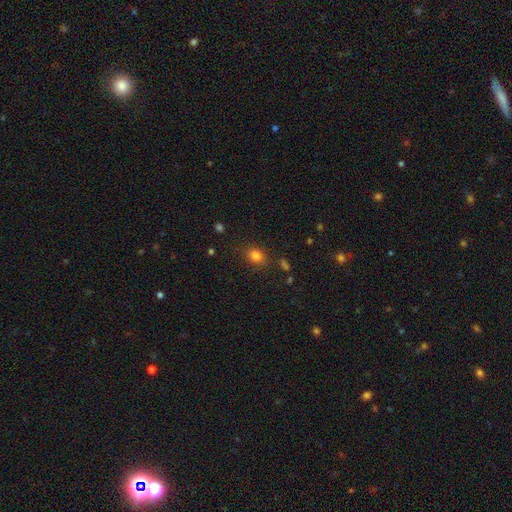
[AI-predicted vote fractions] A smooth galaxy with no disk features (80%) that is round (51%). Merging: none (81%).